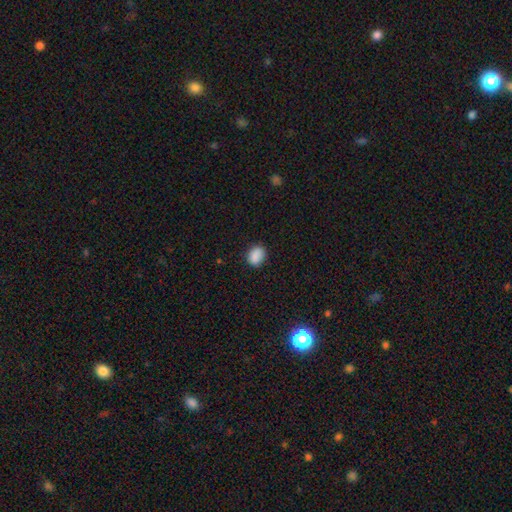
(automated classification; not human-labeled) Morphology: type=smooth (87%); roundness=in between (62%); merging=none (83%).